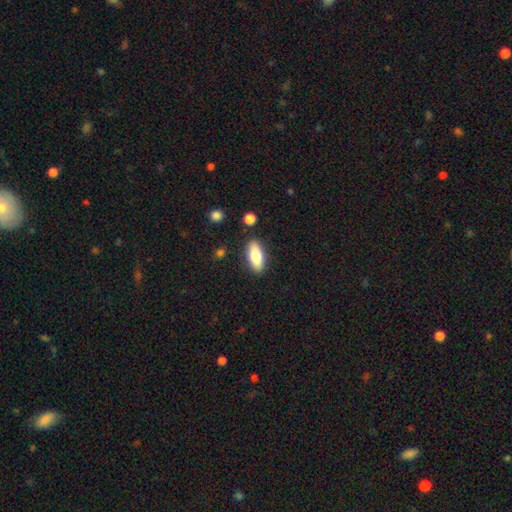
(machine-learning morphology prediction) smooth_or_featured: smooth (p=0.75) [alt: featured or disk p=0.19]
how_rounded: in between (p=0.79) [alt: cigar-shaped p=0.18]
merging: none (p=0.87) [alt: minor disturbance p=0.09]